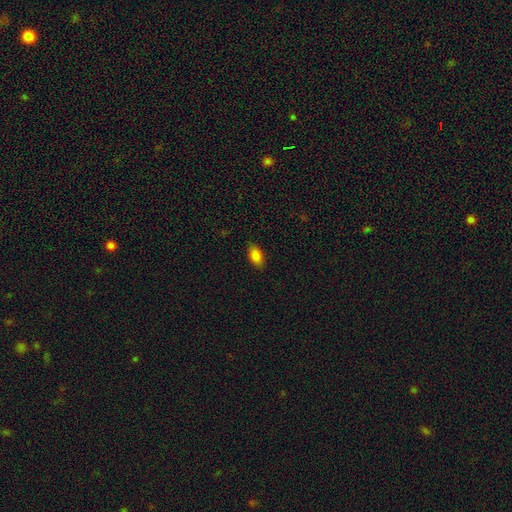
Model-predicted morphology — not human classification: smooth 85%, star or artifact 9%, featured or disk 6%. Down the decision tree: how rounded — in between (92%); merging — none (84%).